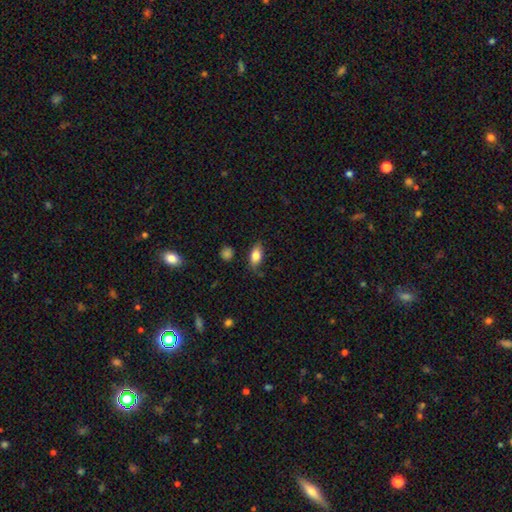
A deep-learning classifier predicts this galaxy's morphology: Smooth or featured? Predicted: smooth (p=0.79). How rounded? Predicted: in between (p=0.87). Merging? Predicted: none (p=0.70).